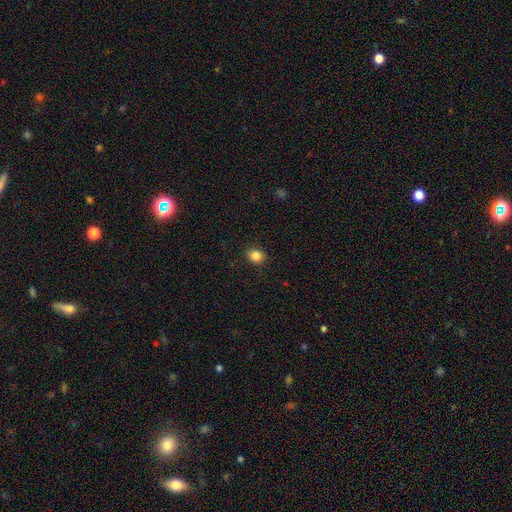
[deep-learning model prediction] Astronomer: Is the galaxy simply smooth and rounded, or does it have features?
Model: smooth — 85%.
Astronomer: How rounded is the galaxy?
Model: round — 63%.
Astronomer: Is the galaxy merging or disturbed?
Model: none — 89%.